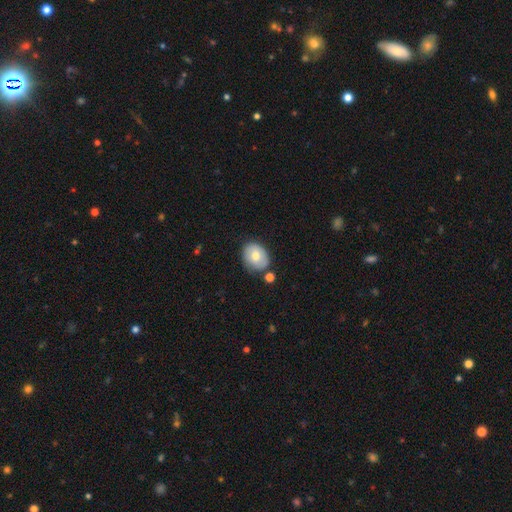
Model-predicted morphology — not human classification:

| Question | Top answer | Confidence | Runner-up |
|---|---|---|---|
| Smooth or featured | smooth | 71% | featured or disk (22%) |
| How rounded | in between | 52% | round (47%) |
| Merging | none | 72% | minor disturbance (16%) |